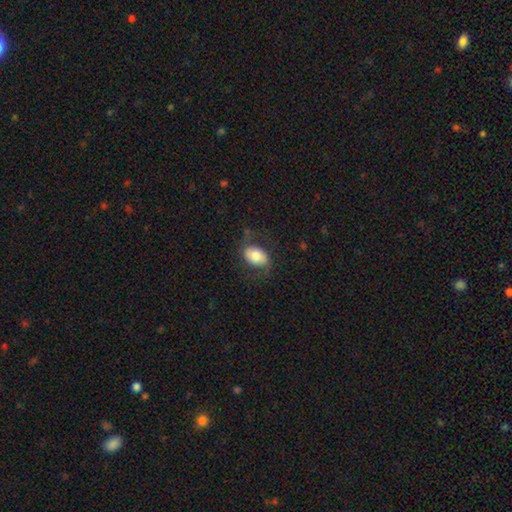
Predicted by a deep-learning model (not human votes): A smooth galaxy with no disk features (72%) that is in between round and cigar-shaped (84%). Merging: none (68%).